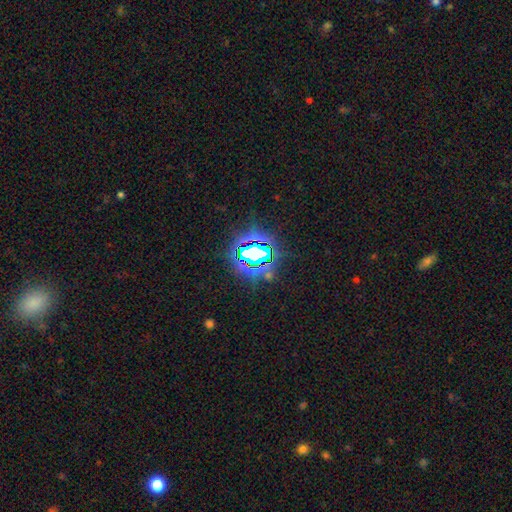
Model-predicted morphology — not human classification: Q: Smooth or featured?
A: star or artifact (73%); runner-up: smooth (16%)